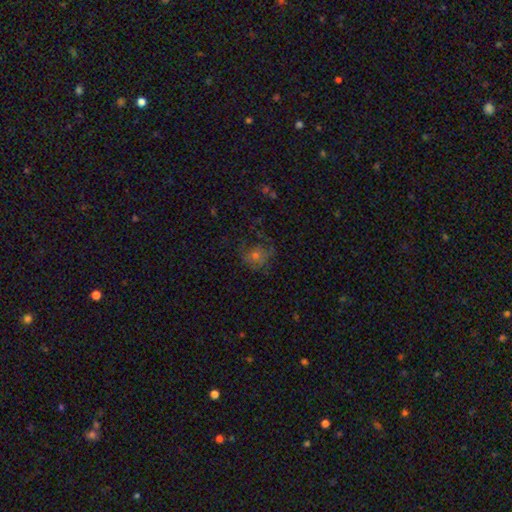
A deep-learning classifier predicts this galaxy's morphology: A smooth galaxy with no disk features (55%) that is round (71%). Merging: none (53%).